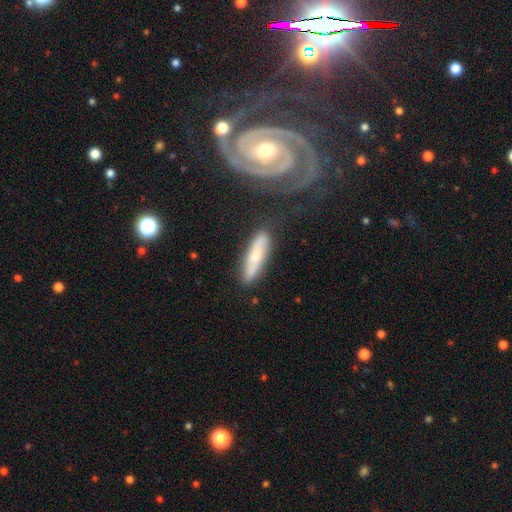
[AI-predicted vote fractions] This is possibly a smooth galaxy (55%). How rounded: likely cigar-shaped (77%). Merging: likely none (77%).